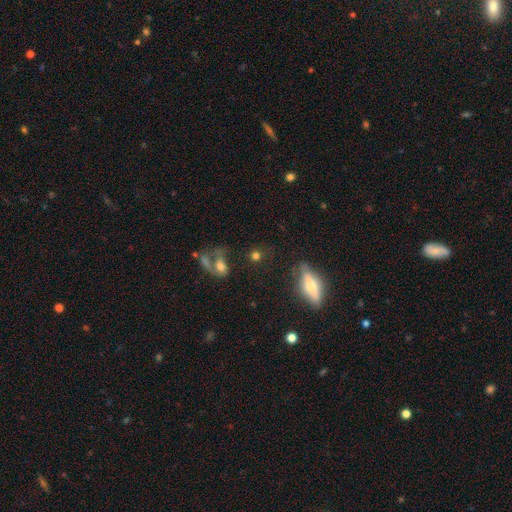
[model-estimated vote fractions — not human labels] Overall: smooth (69%). How rounded: round (66%; in between 29%). Merging: none (55%; merger 18%).